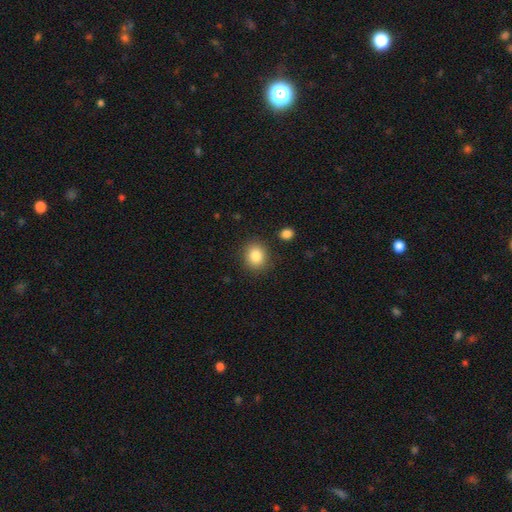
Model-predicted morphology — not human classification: Overall: smooth (85%). How rounded: round (69%; in between 30%). Merging: none (86%).